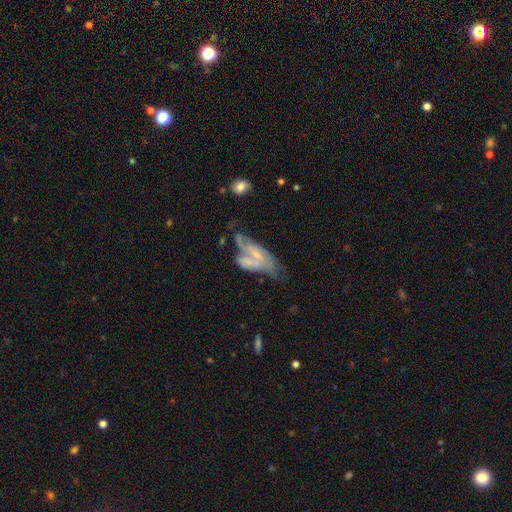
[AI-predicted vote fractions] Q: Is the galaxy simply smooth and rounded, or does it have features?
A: featured or disk — 64%.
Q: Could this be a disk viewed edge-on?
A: no — 88%.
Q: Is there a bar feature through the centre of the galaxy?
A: no — 56%.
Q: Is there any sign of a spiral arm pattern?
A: yes — 61%.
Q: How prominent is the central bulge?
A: small — 54%.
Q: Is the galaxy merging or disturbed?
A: merger — 35%.